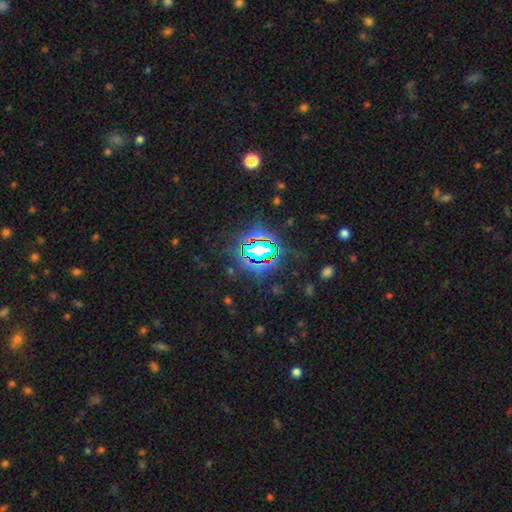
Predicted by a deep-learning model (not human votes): Morphology: type=star or artifact (75%).